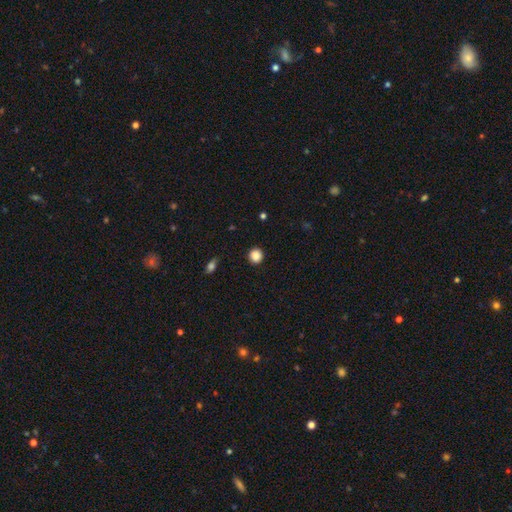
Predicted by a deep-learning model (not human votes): This appears to be a smooth galaxy with no disk features (87%) that is round (92%). Merging: none (91%).